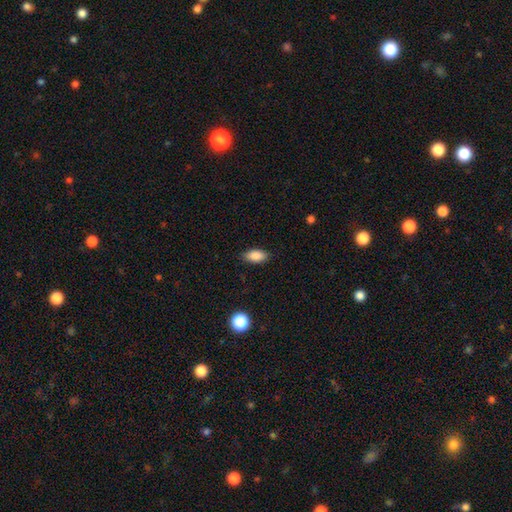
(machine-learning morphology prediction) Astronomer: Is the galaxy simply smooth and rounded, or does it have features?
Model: smooth — 87%.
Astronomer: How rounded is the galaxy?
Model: in between — 89%.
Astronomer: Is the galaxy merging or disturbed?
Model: none — 86%.